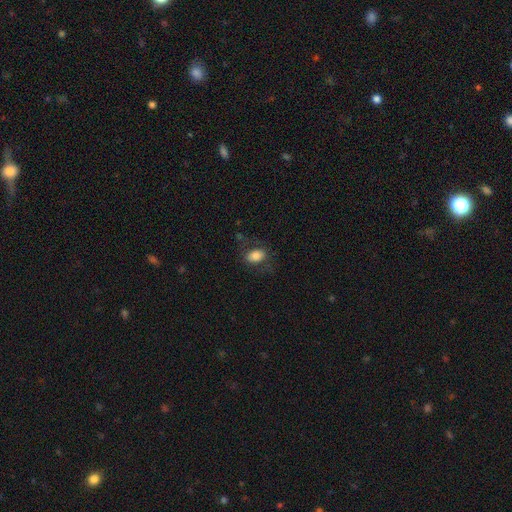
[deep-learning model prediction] Smooth or featured: smooth — 78% (featured or disk — 14%)
How rounded: in between — 84% (round — 14%)
Merging: none — 70% (minor disturbance — 17%)